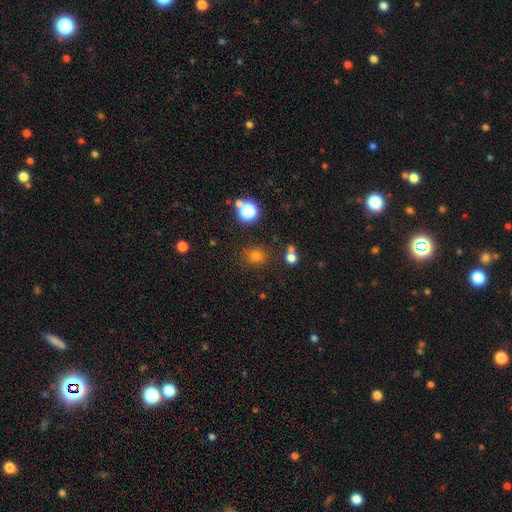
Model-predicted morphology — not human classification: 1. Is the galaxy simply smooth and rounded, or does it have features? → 70% smooth, 24% star or artifact, 7% featured or disk.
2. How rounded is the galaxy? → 79% round, 20% in between, 1% cigar-shaped.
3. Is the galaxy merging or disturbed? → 82% none, 9% minor disturbance, 5% merger, 3% major disturbance.